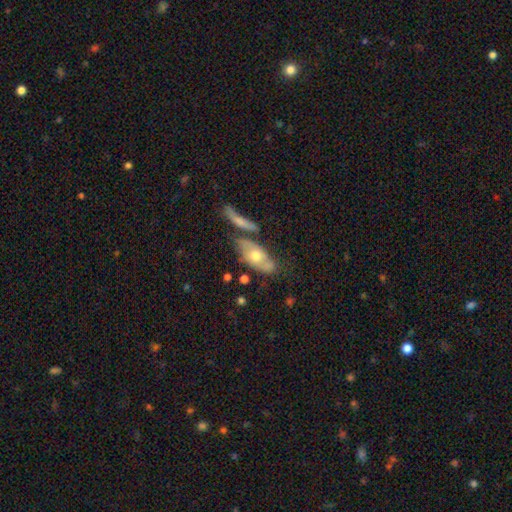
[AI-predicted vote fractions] Overall: featured or disk (48%; smooth 45%). Merging: none (47%; merger 25%).